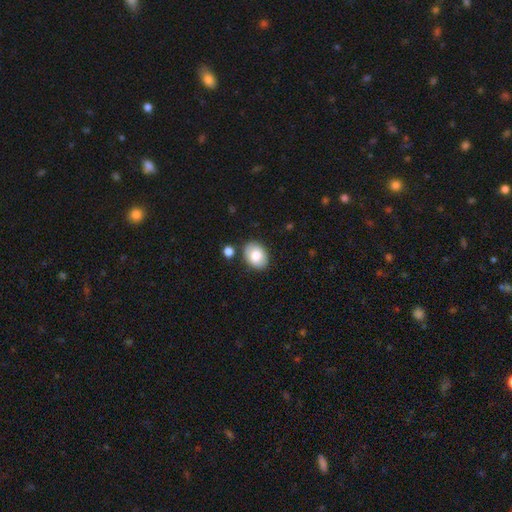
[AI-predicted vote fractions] The model was most divided on "how rounded": in between: 76%, round: 23%, cigar-shaped: 1%. More confident: merging — none (83%); smooth or featured — smooth (80%).